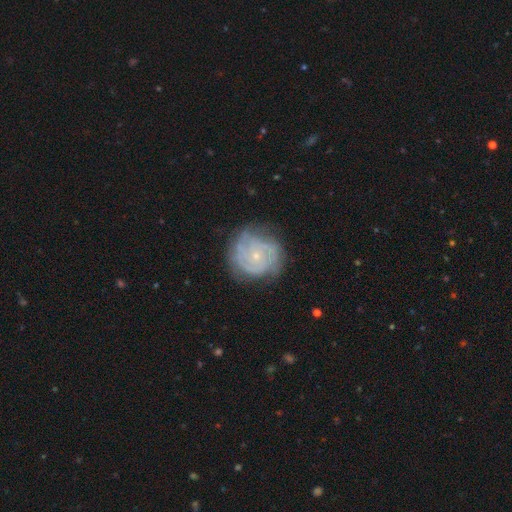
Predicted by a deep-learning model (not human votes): Smooth or featured? Predicted: featured or disk (p=0.74). Edge-on disk? Predicted: no (p=0.98). Bar? Predicted: no (p=0.81). Spiral arms? Predicted: yes (p=0.85). Spiral winding? Predicted: tight (p=0.65). Spiral arm count? Predicted: can't tell (p=0.40). Bulge size? Predicted: small (p=0.81). Merging? Predicted: none (p=0.68).